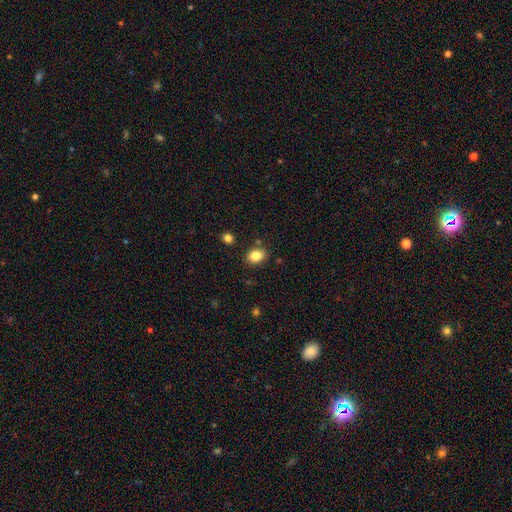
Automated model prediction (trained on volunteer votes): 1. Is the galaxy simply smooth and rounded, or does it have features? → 85% smooth, 9% star or artifact, 6% featured or disk.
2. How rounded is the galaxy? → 68% in between, 31% round, 1% cigar-shaped.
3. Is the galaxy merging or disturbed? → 83% none, 10% minor disturbance, 4% merger, 3% major disturbance.